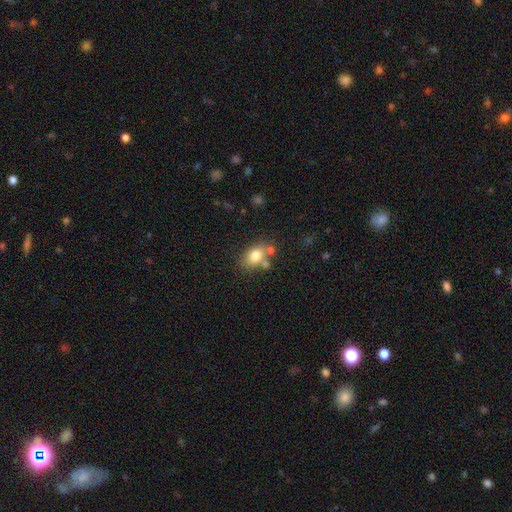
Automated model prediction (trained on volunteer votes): A smooth galaxy with no disk features (76%) that is in between round and cigar-shaped (73%).

Vote fractions:
- Smooth or featured? smooth: 76% / featured or disk: 14% / star or artifact: 10%
- How rounded? in between: 73% / round: 26% / cigar-shaped: 1%
- Merging? none: 59% / merger: 20% / minor disturbance: 15% / major disturbance: 5%